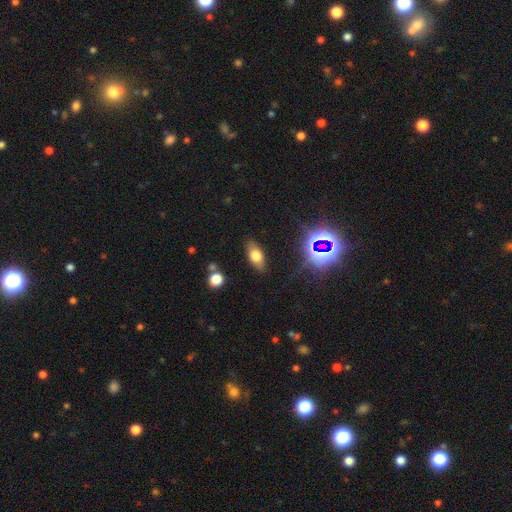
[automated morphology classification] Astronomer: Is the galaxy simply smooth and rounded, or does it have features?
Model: smooth — 67%.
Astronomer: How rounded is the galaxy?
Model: in between — 86%.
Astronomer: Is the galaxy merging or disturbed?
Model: none — 83%.